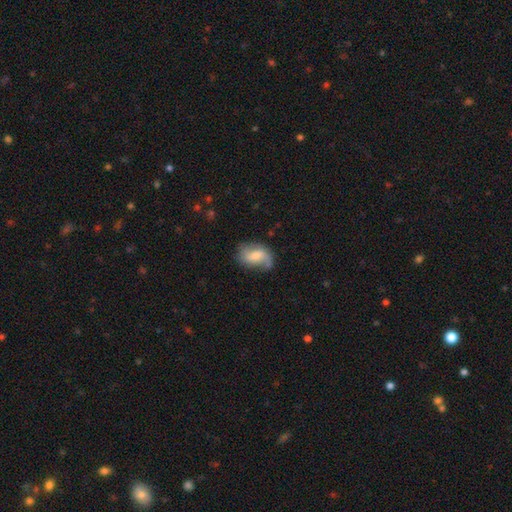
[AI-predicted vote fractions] Smooth or featured?
  - featured or disk: 57% *
  - smooth: 36%
  - star or artifact: 7%
Edge-on disk?
  - no: 96% *
  - yes: 4%
Bar?
  - weak: 47% *
  - no: 38%
  - strong: 15%
Spiral arms?
  - yes: 87% *
  - no: 13%
Bulge size?
  - moderate: 42% *
  - small: 37%
  - none: 10%
  - large: 9%
  - dominant: 2%
Merging?
  - none: 58% *
  - minor disturbance: 27%
  - major disturbance: 13%
  - merger: 2%